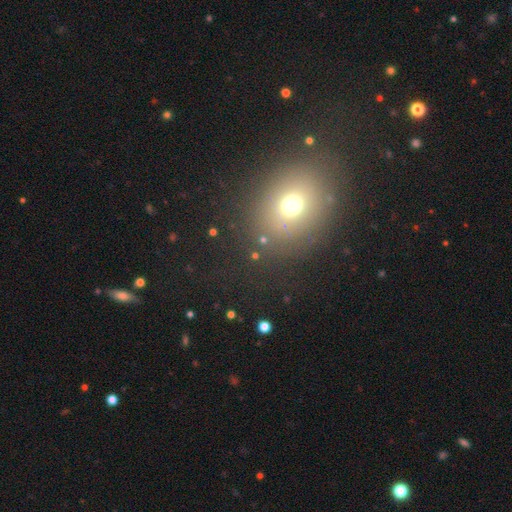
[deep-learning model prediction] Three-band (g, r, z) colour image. It shows a smooth galaxy with no disk features (60%) that is round (66%). Merging: none (82%).